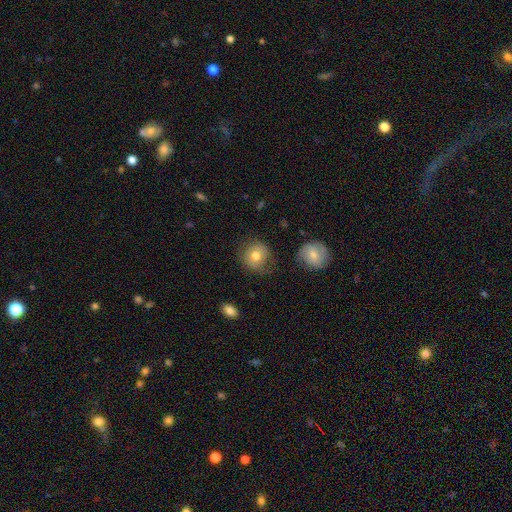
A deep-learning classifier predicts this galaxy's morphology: Smooth or featured? smooth (73%)
How rounded? round (86%)
Merging? none (71%)